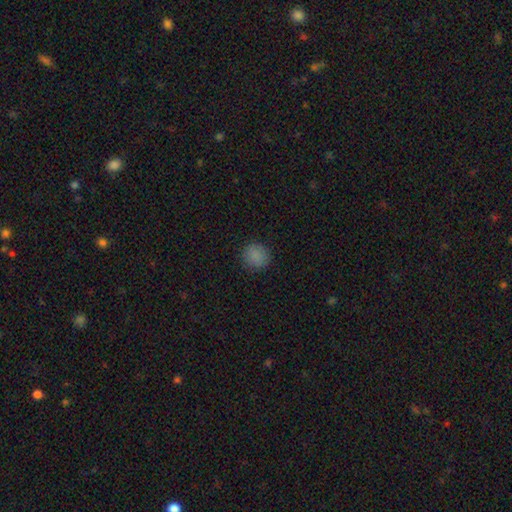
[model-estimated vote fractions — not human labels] Smooth or featured? smooth (85%)
How rounded? round (88%)
Merging? none (88%)